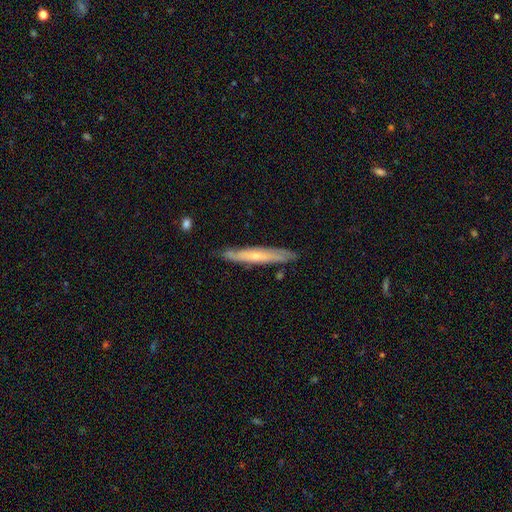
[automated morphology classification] featured or disk 53%, smooth 41%, star or artifact 6%. Down the decision tree: edge-on disk — yes (78%); merging — none (82%).